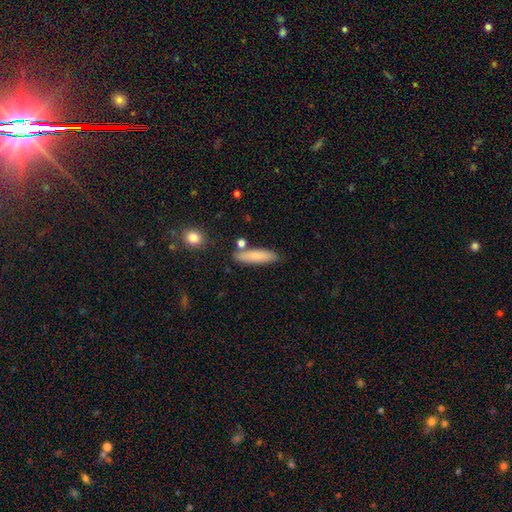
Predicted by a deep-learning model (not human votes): Smooth or featured? Predicted: smooth (p=0.81). How rounded? Predicted: cigar-shaped (p=0.69). Merging? Predicted: none (p=0.79).